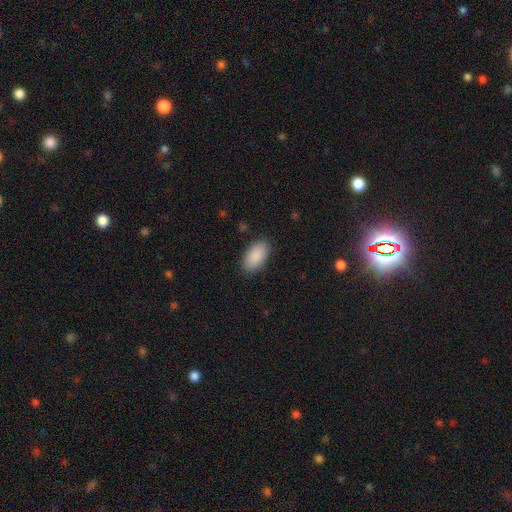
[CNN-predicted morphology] The model was most divided on "merging": none: 87%, minor disturbance: 10%, major disturbance: 2%, merger: 1%. More confident: how rounded — in between (95%); smooth or featured — smooth (90%).